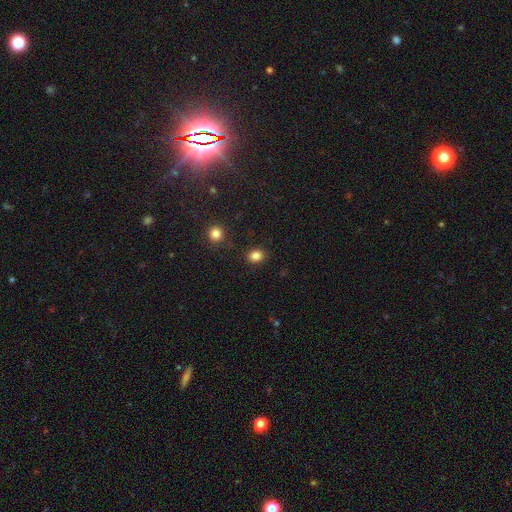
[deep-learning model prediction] Smooth or featured? Predicted: smooth (p=0.85). How rounded? Predicted: round (p=0.55). Merging? Predicted: none (p=0.87).